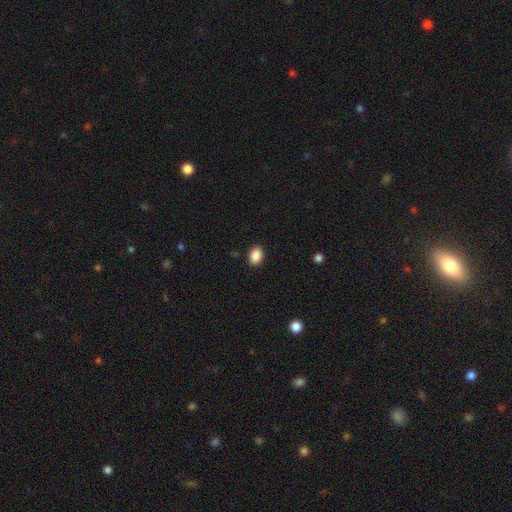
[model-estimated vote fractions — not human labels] Smooth or featured? smooth (89%)
How rounded? in between (75%)
Merging? none (89%)